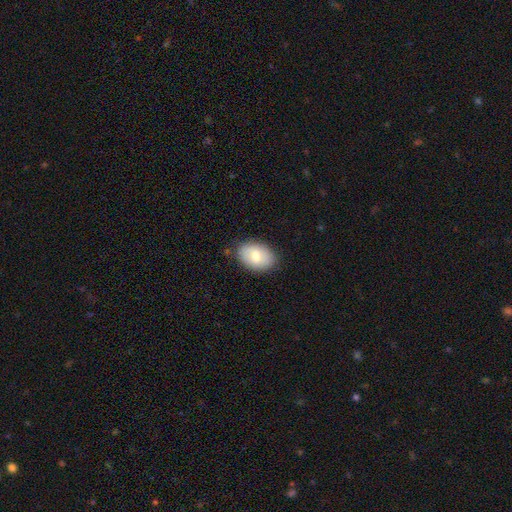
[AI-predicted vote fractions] Smooth or featured?
  - smooth: 72% *
  - featured or disk: 21%
  - star or artifact: 7%
How rounded?
  - in between: 85% *
  - round: 14%
  - cigar-shaped: 1%
Merging?
  - none: 83% *
  - minor disturbance: 13%
  - major disturbance: 3%
  - merger: 1%